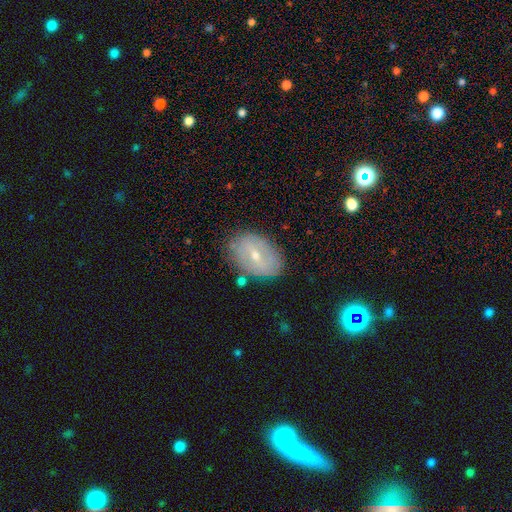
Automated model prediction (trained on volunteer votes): A featured or disk galaxy (56%) with a weak bar (50%), no spiral arms (53%) and a small central bulge (59%).

Vote fractions:
- Smooth or featured? featured or disk: 56% / smooth: 35% / star or artifact: 9%
- Edge-on disk? no: 92% / yes: 8%
- Bar? weak: 50% / no: 26% / strong: 23%
- Spiral arms? no: 53% / yes: 47%
- Bulge size? small: 59% / moderate: 38% / none: 1% / large: 1% / dominant: 1%
- Merging? none: 78% / minor disturbance: 16% / major disturbance: 4% / merger: 2%